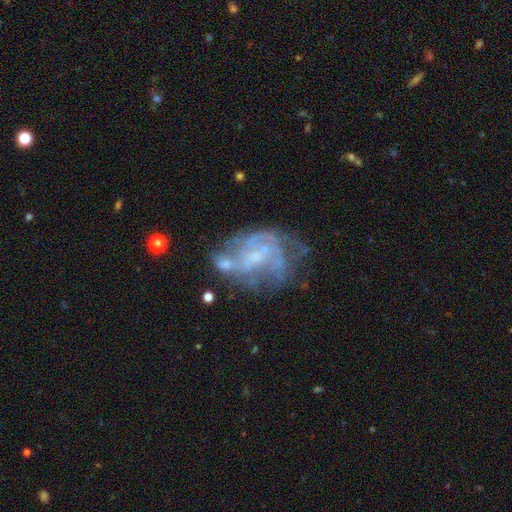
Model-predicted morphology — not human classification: smooth-or-featured: featured or disk: 74% | smooth: 15% | star or artifact: 11%
  disk-edge-on: no: 98% | yes: 2%
    bar: no: 60% | weak: 32% | strong: 7%
    has-spiral-arms: yes: 60% | no: 40%
    bulge-size: small: 53% | none: 25% | moderate: 19% | large: 2% | dominant: 1%
  merging: none: 38% | major disturbance: 26% | minor disturbance: 20% | merger: 16%